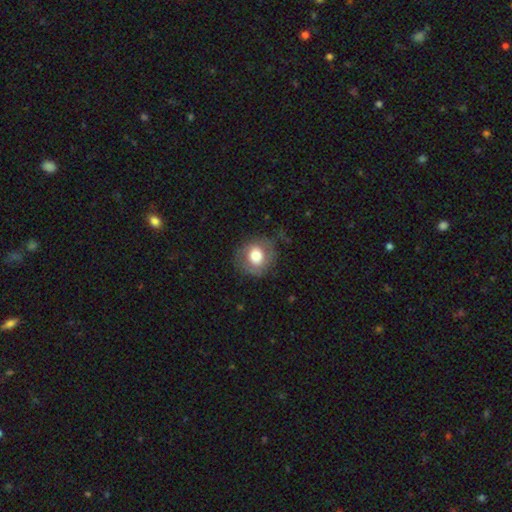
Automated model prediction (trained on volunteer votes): Overall: smooth (65%; featured or disk 27%). How rounded: round (80%). Merging: none (71%).